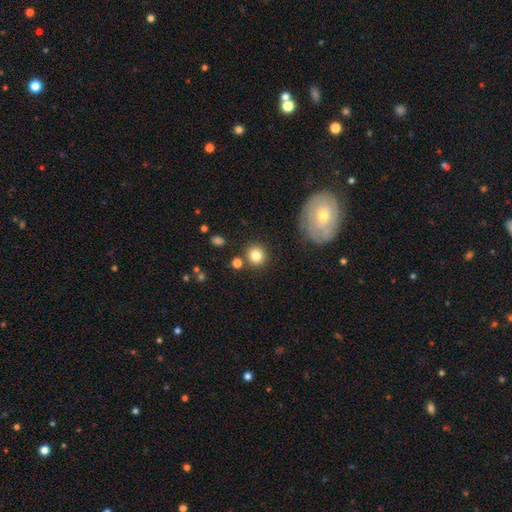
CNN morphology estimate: A smooth galaxy with no disk features (81%) that is round (90%). Merging: none (82%).